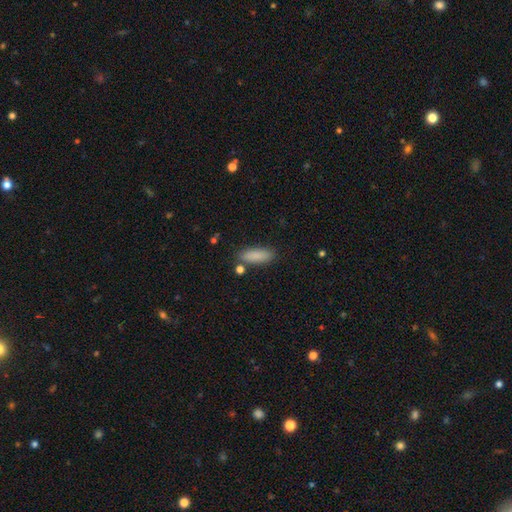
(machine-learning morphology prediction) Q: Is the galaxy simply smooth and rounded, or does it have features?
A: smooth — 87%.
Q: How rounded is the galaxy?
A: in between — 57%.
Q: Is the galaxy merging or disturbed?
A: none — 82%.